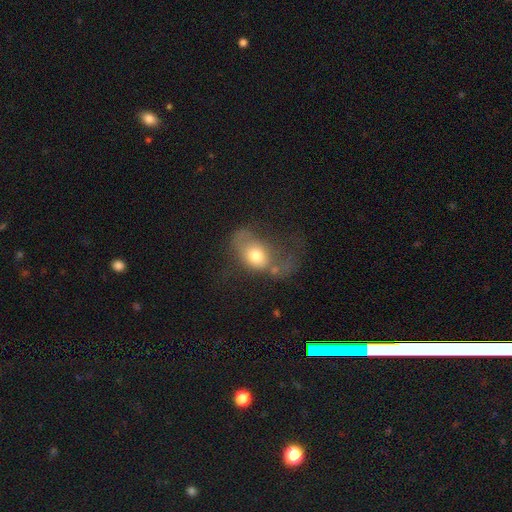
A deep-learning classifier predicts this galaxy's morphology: This is likely a smooth galaxy (62%). How rounded: likely in between (73%). Merging: possibly major disturbance (50%).